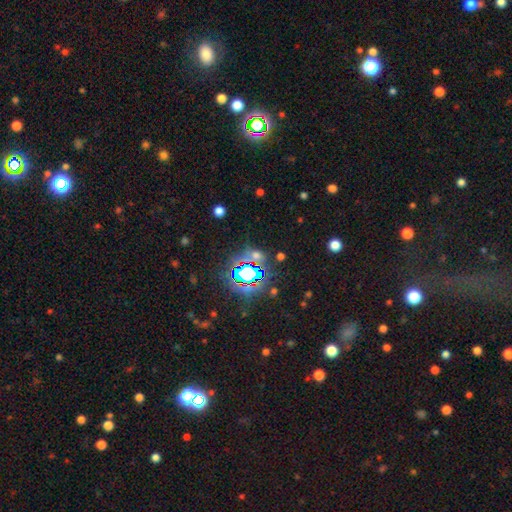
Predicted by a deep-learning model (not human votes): smooth_or_featured: star or artifact (p=0.60) [alt: smooth p=0.31]